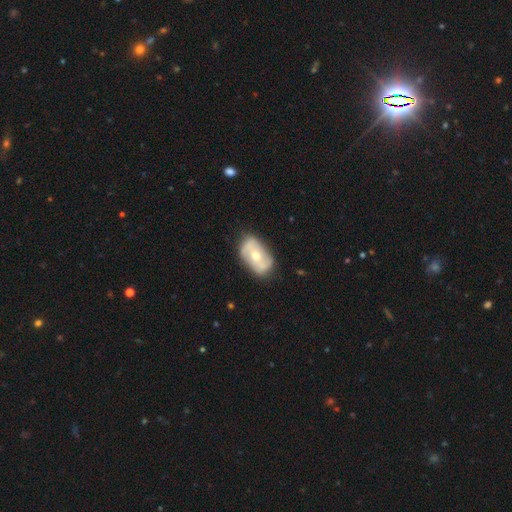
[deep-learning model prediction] smooth-or-featured: featured or disk: 63% | smooth: 31% | star or artifact: 6%
  disk-edge-on: no: 94% | yes: 6%
    bar: no: 58% | weak: 30% | strong: 12%
    has-spiral-arms: yes: 70% | no: 30%
    bulge-size: moderate: 68% | small: 26% | large: 4% | none: 1% | dominant: 1%
  merging: none: 70% | minor disturbance: 22% | major disturbance: 6% | merger: 2%